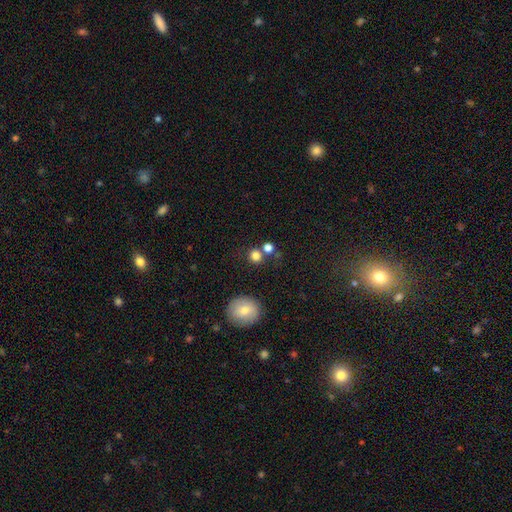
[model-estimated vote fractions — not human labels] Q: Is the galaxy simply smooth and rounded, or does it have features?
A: smooth — 80%.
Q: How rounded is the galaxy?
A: round — 86%.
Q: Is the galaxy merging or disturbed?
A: none — 65%.